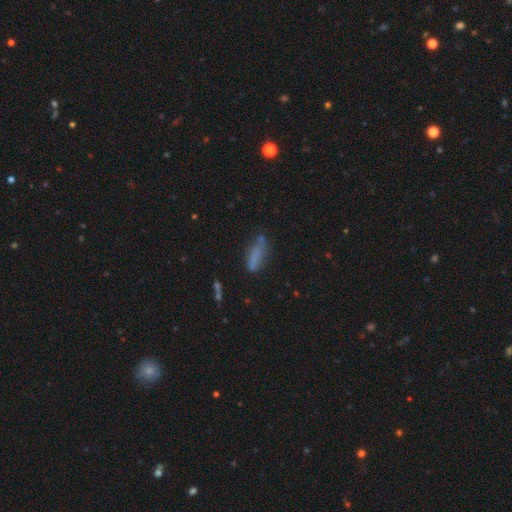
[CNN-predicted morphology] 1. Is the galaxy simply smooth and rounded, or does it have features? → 72% smooth, 16% featured or disk, 12% star or artifact.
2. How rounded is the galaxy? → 51% cigar-shaped, 47% in between, 3% round.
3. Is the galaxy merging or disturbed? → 58% none, 25% minor disturbance, 10% major disturbance, 7% merger.